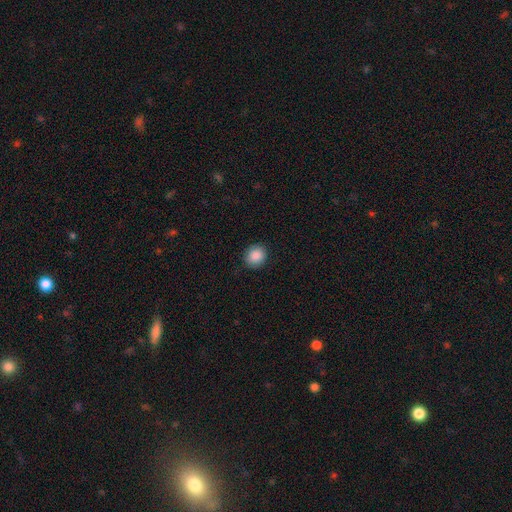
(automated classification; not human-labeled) Smooth or featured?
  - smooth: 89% *
  - star or artifact: 8%
  - featured or disk: 3%
How rounded?
  - round: 79% *
  - in between: 20%
  - cigar-shaped: 1%
Merging?
  - none: 90% *
  - minor disturbance: 7%
  - major disturbance: 2%
  - merger: 1%